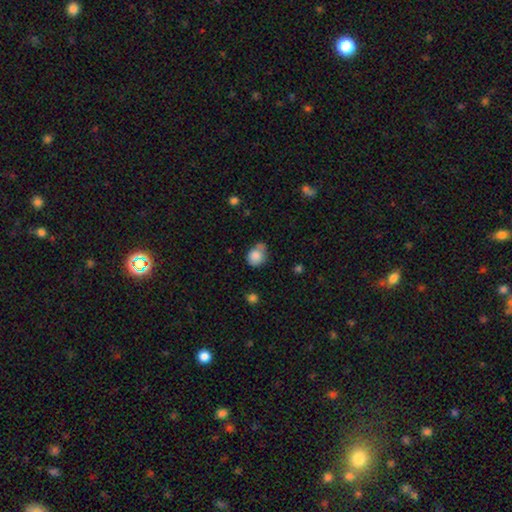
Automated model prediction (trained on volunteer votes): smooth_or_featured: smooth (p=0.83) [alt: star or artifact p=0.09]
how_rounded: round (p=0.64) [alt: in between p=0.35]
merging: none (p=0.48) [alt: minor disturbance p=0.31]